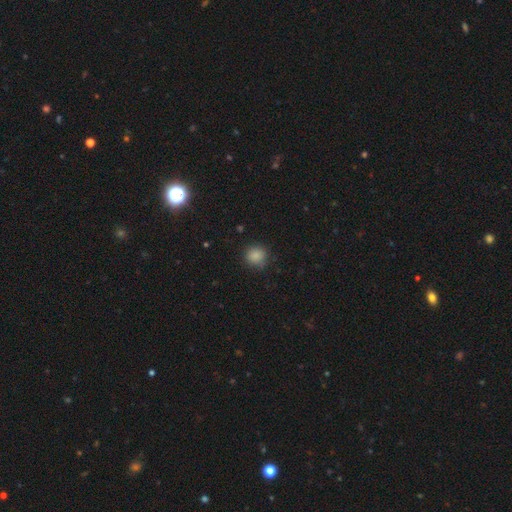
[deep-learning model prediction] Overall: smooth (86%). How rounded: round (88%). Merging: none (83%).